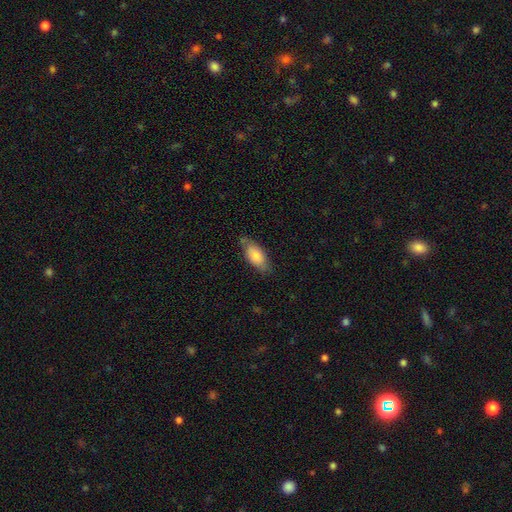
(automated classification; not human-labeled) Morphology: type=smooth (76%); roundness=in between (87%); merging=none (69%).